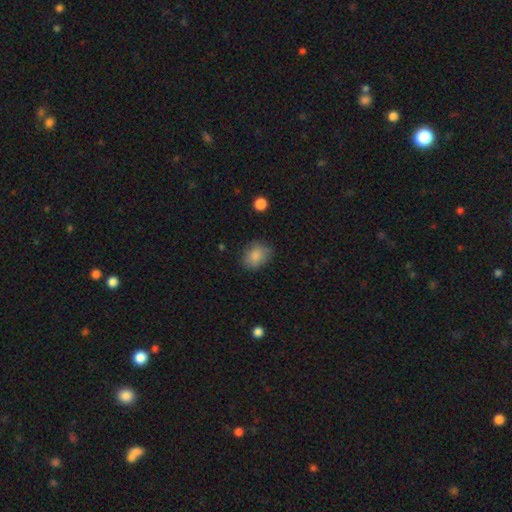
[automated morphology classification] smooth_or_featured: smooth (p=0.86) [alt: star or artifact p=0.09]
how_rounded: in between (p=0.58) [alt: round p=0.41]
merging: none (p=0.79) [alt: minor disturbance p=0.15]